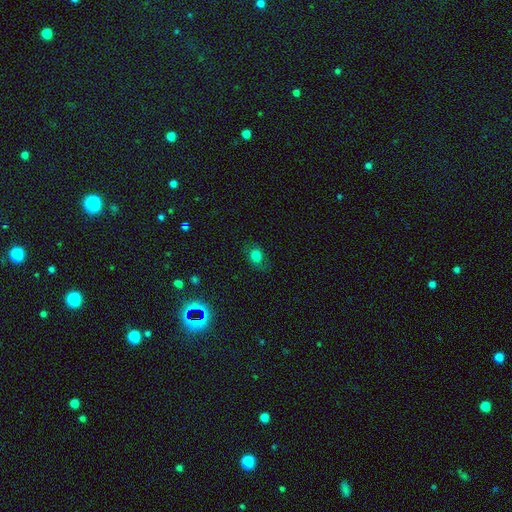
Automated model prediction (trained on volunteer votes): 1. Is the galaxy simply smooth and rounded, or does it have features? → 74% smooth, 16% star or artifact, 10% featured or disk.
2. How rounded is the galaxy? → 55% round, 44% in between, 1% cigar-shaped.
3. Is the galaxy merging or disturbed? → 69% none, 21% minor disturbance, 9% major disturbance, 1% merger.